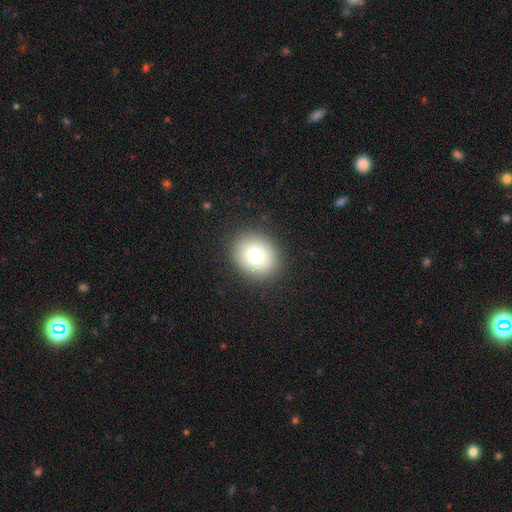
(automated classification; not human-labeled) Q: Smooth or featured?
A: smooth (80%); runner-up: featured or disk (11%)
Q: How rounded?
A: round (60%); runner-up: in between (39%)
Q: Merging?
A: none (89%); runner-up: minor disturbance (8%)